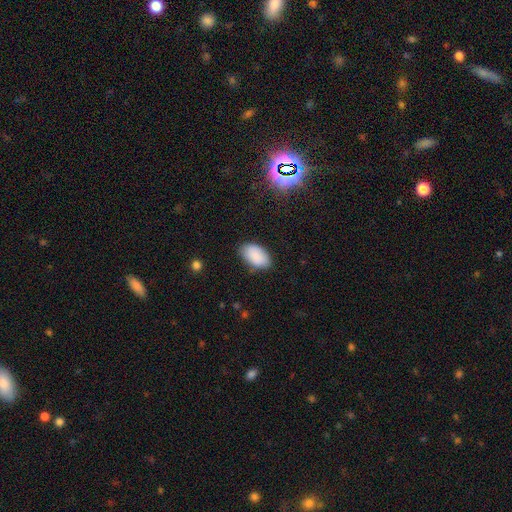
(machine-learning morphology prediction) This appears to be a smooth galaxy with no disk features (89%) that is in between round and cigar-shaped (95%). Merging: none (80%).